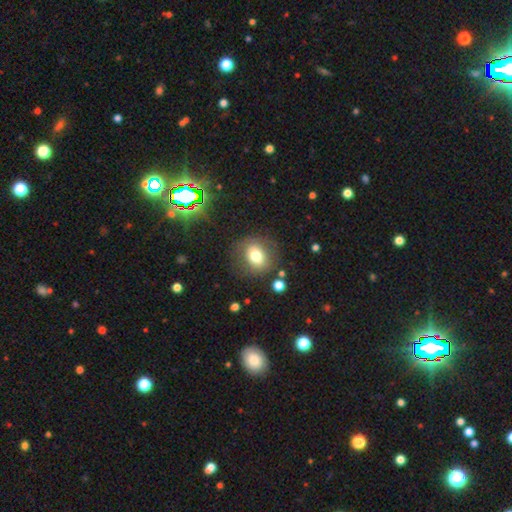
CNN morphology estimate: Q: Smooth or featured?
A: smooth (71%); runner-up: featured or disk (17%)
Q: How rounded?
A: round (71%); runner-up: in between (28%)
Q: Merging?
A: none (77%); runner-up: minor disturbance (13%)